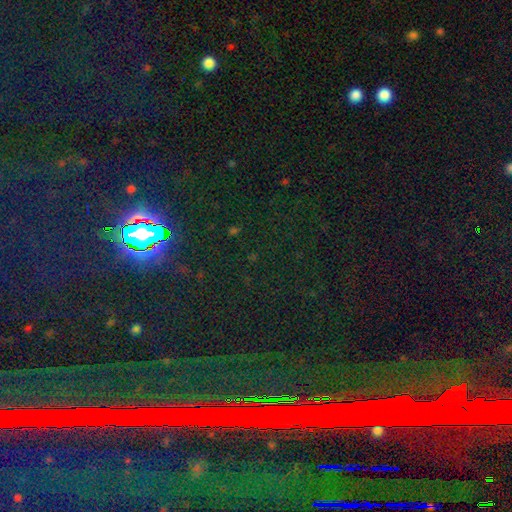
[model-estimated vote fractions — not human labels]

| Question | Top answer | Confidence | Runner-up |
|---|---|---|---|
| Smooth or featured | star or artifact | 86% | smooth (7%) |